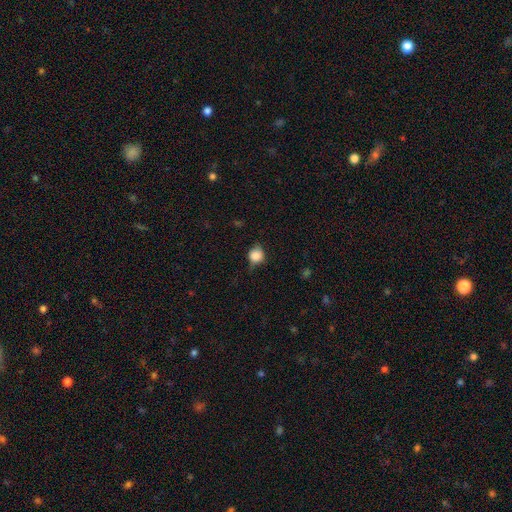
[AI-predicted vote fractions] Smooth or featured: smooth — 81% (star or artifact — 10%)
How rounded: round — 80% (in between — 19%)
Merging: none — 64% (minor disturbance — 28%)